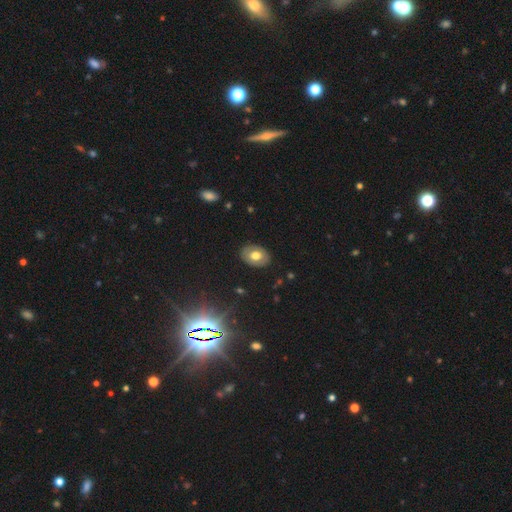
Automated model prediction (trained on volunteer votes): smooth-or-featured: smooth: 62% | featured or disk: 30% | star or artifact: 9%
  how-rounded: in between: 76% | round: 23% | cigar-shaped: 1%
  merging: none: 87% | minor disturbance: 10% | major disturbance: 3% | merger: 1%